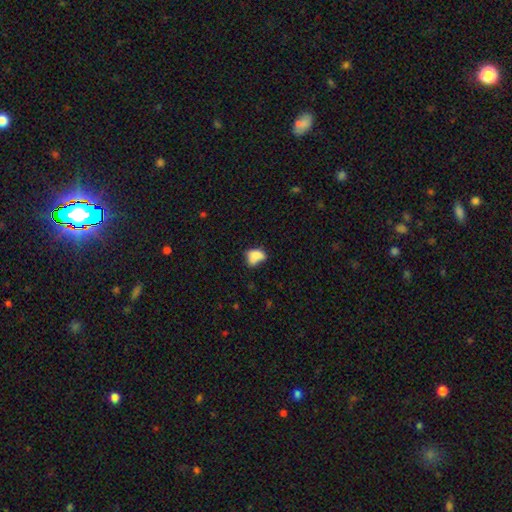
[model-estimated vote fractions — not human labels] smooth_or_featured: smooth (p=0.76) [alt: featured or disk p=0.14]
how_rounded: in between (p=0.76) [alt: round p=0.22]
merging: none (p=0.34) [alt: minor disturbance p=0.31]